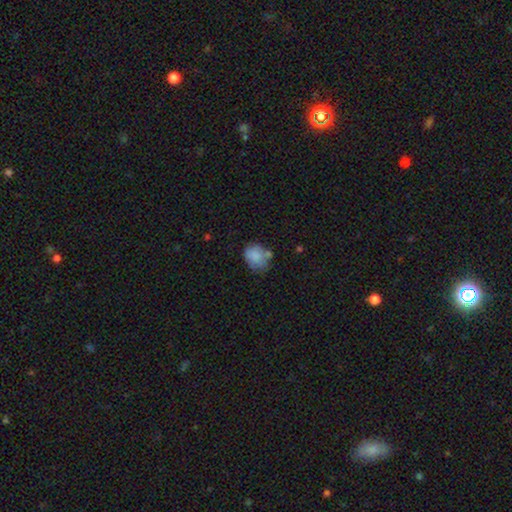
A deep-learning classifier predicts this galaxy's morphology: Smooth or featured?
  - smooth: 80% *
  - featured or disk: 12%
  - star or artifact: 9%
How rounded?
  - round: 53% *
  - in between: 46%
  - cigar-shaped: 1%
Merging?
  - none: 51% *
  - minor disturbance: 26%
  - merger: 13%
  - major disturbance: 9%